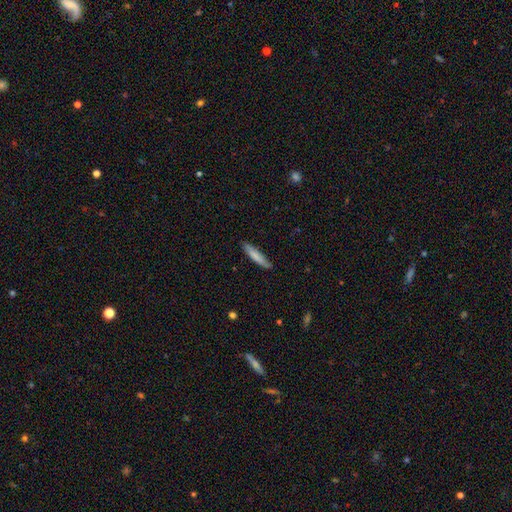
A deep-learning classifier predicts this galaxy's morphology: Smooth or featured?
  - smooth: 78% *
  - featured or disk: 17%
  - star or artifact: 5%
How rounded?
  - cigar-shaped: 89% *
  - in between: 10%
  - round: 1%
Merging?
  - none: 84% *
  - minor disturbance: 12%
  - major disturbance: 2%
  - merger: 1%